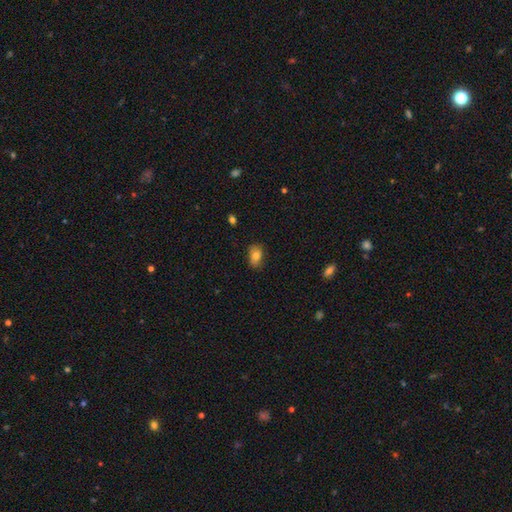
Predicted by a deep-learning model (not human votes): smooth 80%, featured or disk 11%, star or artifact 9%. Down the decision tree: how rounded — in between (84%); merging — none (81%).